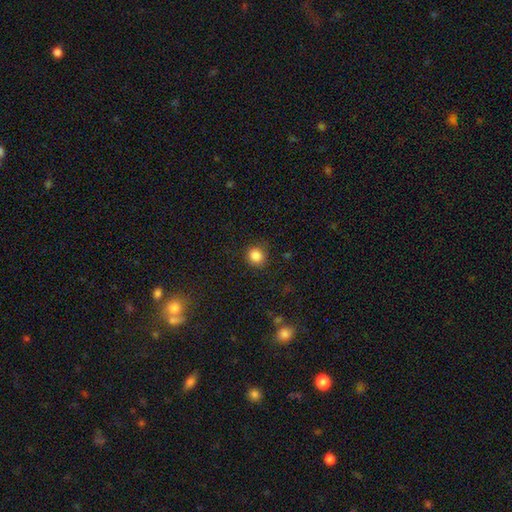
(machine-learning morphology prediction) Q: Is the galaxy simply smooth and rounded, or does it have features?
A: smooth — 85%.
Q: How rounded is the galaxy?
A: round — 87%.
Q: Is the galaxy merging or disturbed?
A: none — 85%.